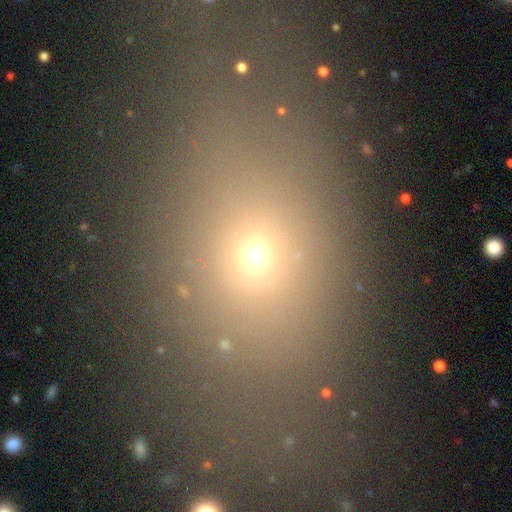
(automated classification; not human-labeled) smooth-or-featured: smooth: 63% | star or artifact: 24% | featured or disk: 12%
  how-rounded: in between: 58% | round: 38% | cigar-shaped: 5%
  merging: none: 67% | merger: 14% | minor disturbance: 12% | major disturbance: 7%